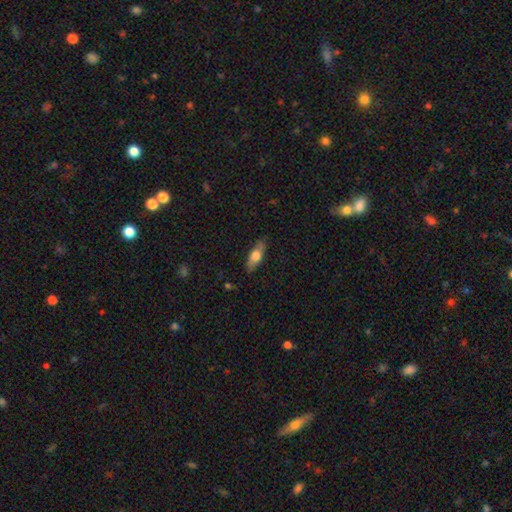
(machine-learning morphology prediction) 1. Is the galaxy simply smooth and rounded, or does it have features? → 63% smooth, 31% featured or disk, 6% star or artifact.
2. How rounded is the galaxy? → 65% in between, 32% cigar-shaped, 3% round.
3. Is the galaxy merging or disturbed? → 82% none, 14% minor disturbance, 3% major disturbance, 1% merger.